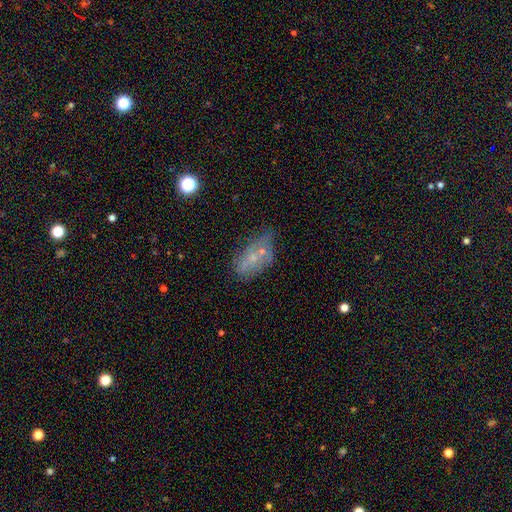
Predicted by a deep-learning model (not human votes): smooth_or_featured: featured or disk (p=0.37) [tied with: smooth p=0.37]
merging: none (p=0.52) [alt: minor disturbance p=0.24]